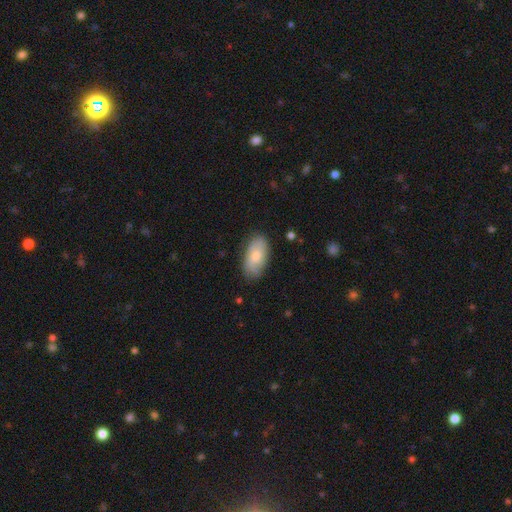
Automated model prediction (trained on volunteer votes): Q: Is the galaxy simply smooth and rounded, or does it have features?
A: smooth — 61%.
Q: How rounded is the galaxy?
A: in between — 92%.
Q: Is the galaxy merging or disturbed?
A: none — 75%.